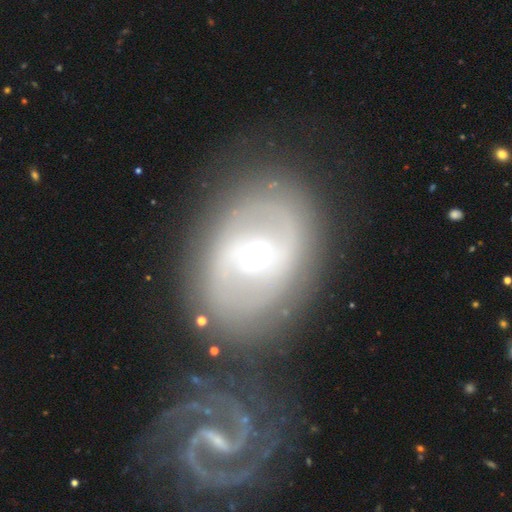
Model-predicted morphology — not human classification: Q: Smooth or featured?
A: featured or disk (76%); runner-up: smooth (18%)
Q: Edge-on disk?
A: no (96%); runner-up: yes (4%)
Q: Bar?
A: weak (44%); runner-up: no (34%)
Q: Spiral arms?
A: yes (81%); runner-up: no (19%)
Q: Spiral winding?
A: medium (39%); tied with: tight (39%)
Q: Spiral arm count?
A: 2 (78%); runner-up: can't tell (12%)
Q: Bulge size?
A: moderate (63%); runner-up: small (31%)
Q: Merging?
A: none (67%); runner-up: minor disturbance (14%)